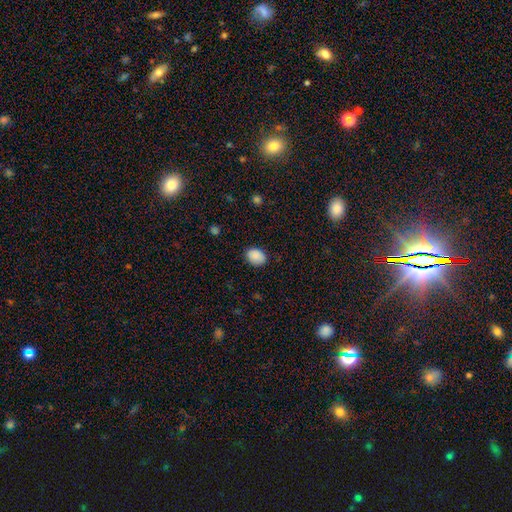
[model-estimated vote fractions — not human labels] Q: Smooth or featured?
A: smooth (89%); runner-up: star or artifact (8%)
Q: How rounded?
A: in between (72%); runner-up: round (27%)
Q: Merging?
A: none (84%); runner-up: minor disturbance (13%)